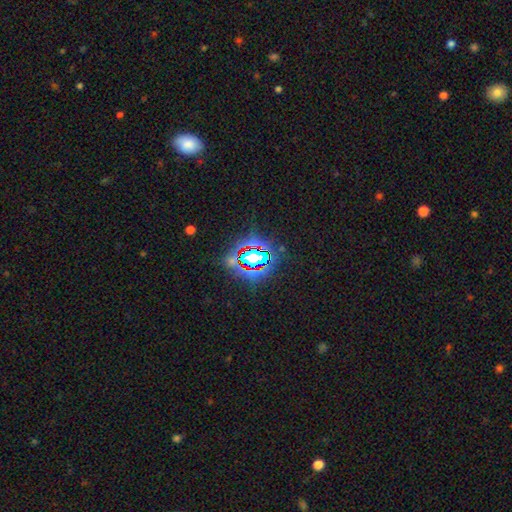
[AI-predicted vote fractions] Smooth or featured?
  - star or artifact: 71% *
  - smooth: 17%
  - featured or disk: 11%